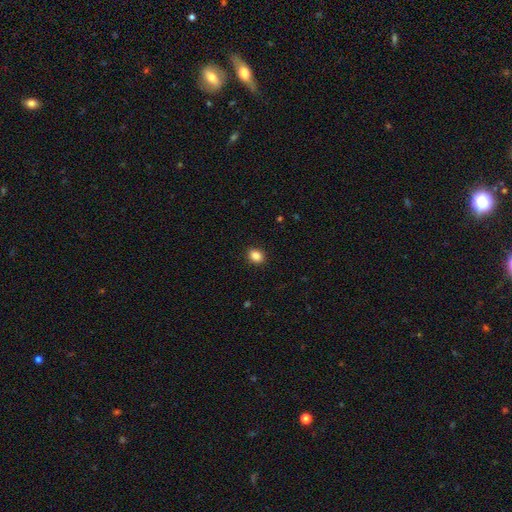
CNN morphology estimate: A smooth galaxy with no disk features (87%) that is round (52%).

Vote fractions:
- Smooth or featured? smooth: 87% / star or artifact: 10% / featured or disk: 3%
- How rounded? round: 52% / in between: 47% / cigar-shaped: 1%
- Merging? none: 91% / minor disturbance: 6% / major disturbance: 2% / merger: 1%